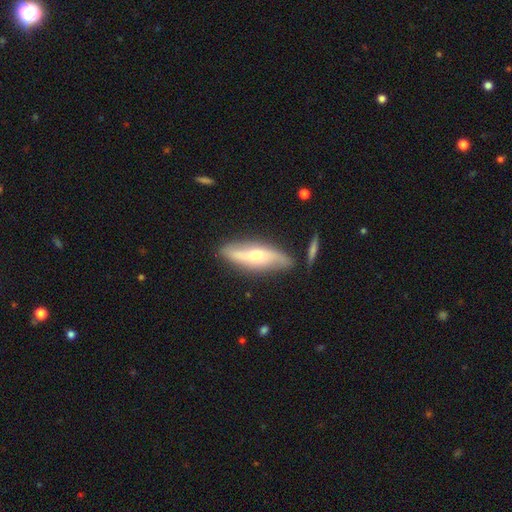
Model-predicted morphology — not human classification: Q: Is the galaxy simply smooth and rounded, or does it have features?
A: featured or disk — 62%.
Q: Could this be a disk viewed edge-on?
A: no — 58%.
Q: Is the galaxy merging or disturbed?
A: none — 76%.